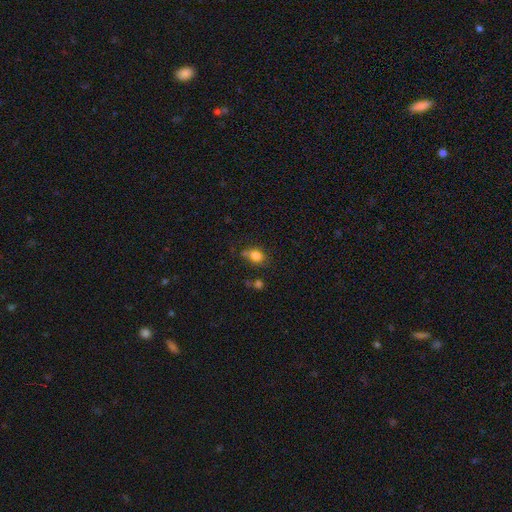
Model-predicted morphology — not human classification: type=smooth (80%); roundness=round (50%); merging=none (55%).